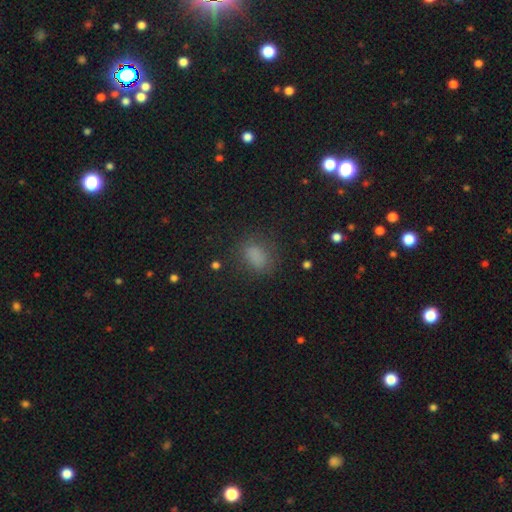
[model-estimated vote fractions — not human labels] smooth_or_featured: smooth (p=0.79) [alt: star or artifact p=0.15]
how_rounded: in between (p=0.76) [alt: round p=0.21]
merging: none (p=0.74) [alt: minor disturbance p=0.16]